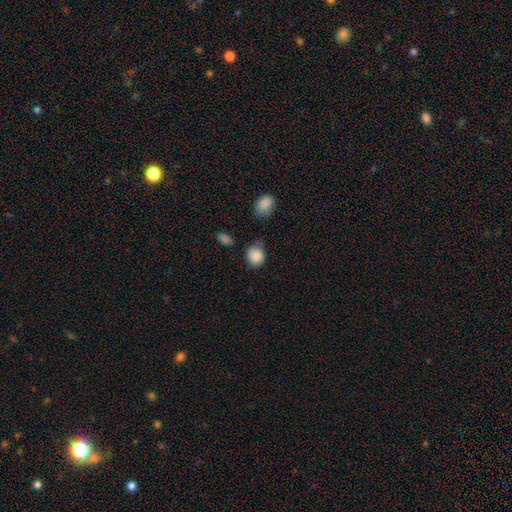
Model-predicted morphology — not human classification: Smooth or featured: smooth — 88% (star or artifact — 8%)
How rounded: round — 68% (in between — 31%)
Merging: none — 67% (minor disturbance — 23%)